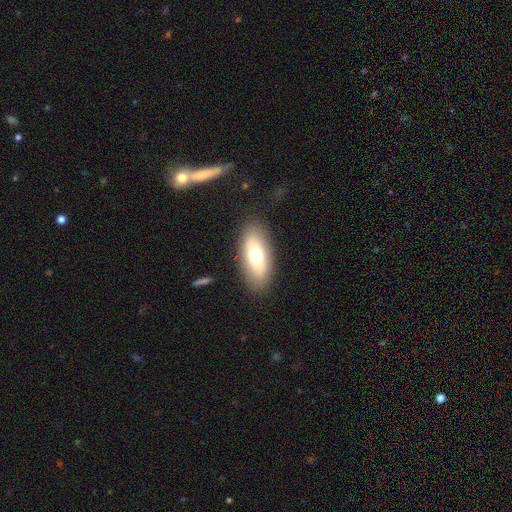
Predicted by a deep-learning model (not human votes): Smooth or featured? Predicted: smooth (p=0.69). How rounded? Predicted: in between (p=0.84). Merging? Predicted: none (p=0.85).